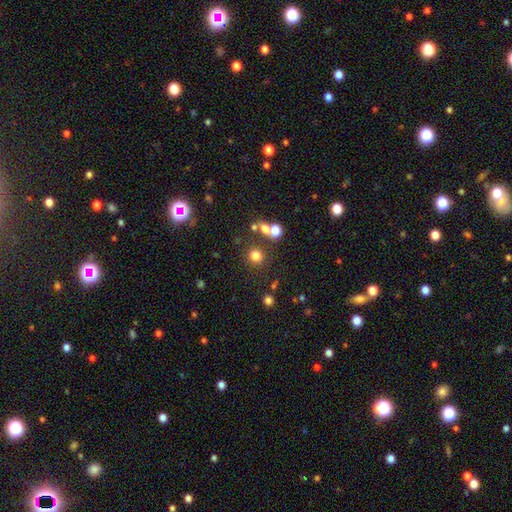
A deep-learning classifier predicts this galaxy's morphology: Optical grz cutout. It shows a smooth galaxy with no disk features (75%) that is round (89%). Merging: none (77%).